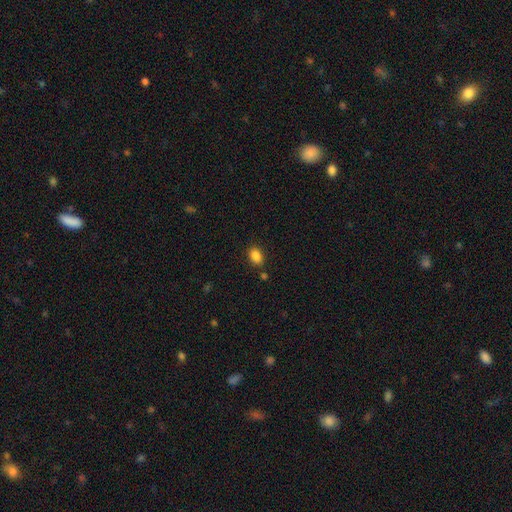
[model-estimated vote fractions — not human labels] Smooth or featured? smooth (86%)
How rounded? in between (79%)
Merging? none (81%)